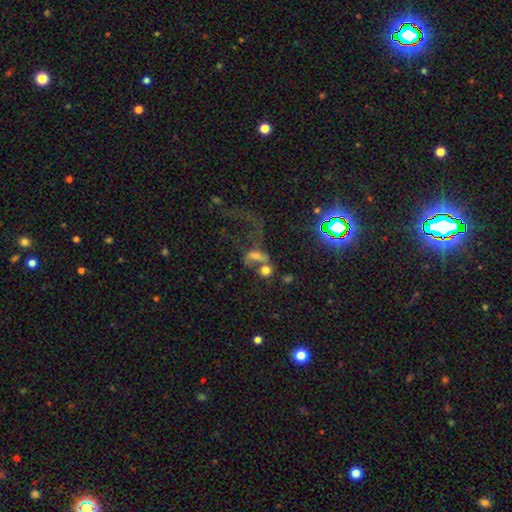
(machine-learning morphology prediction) Overall: smooth (42%; featured or disk 35%). Merging: merger (53%; major disturbance 24%).